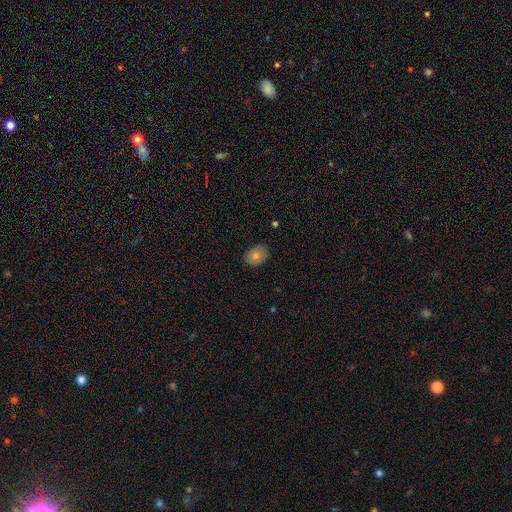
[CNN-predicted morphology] Smooth or featured? Predicted: smooth (p=0.76). How rounded? Predicted: in between (p=0.68). Merging? Predicted: none (p=0.83).